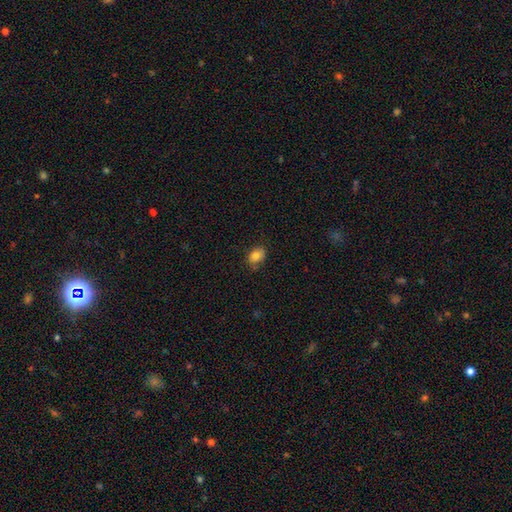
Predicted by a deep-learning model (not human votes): Q: Smooth or featured?
A: smooth (83%); runner-up: star or artifact (10%)
Q: How rounded?
A: in between (69%); runner-up: round (30%)
Q: Merging?
A: none (75%); runner-up: minor disturbance (19%)